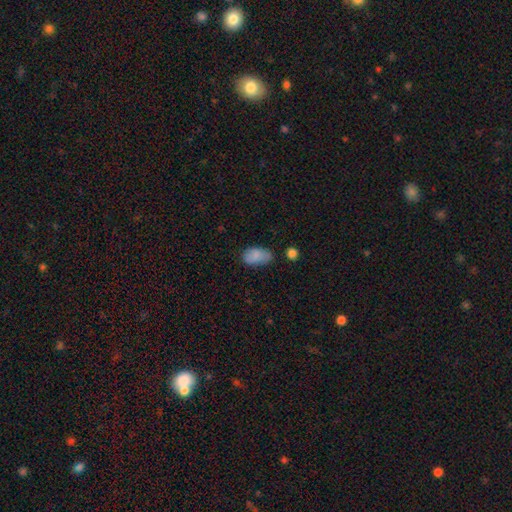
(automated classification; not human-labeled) This appears to be a smooth galaxy with no disk features (84%) that is in between round and cigar-shaped (92%). Merging: none (63%).